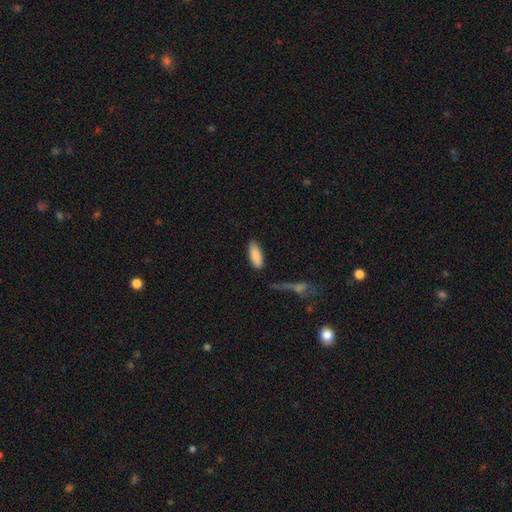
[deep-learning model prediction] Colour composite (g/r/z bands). It shows a smooth galaxy with no disk features (87%) that is in between round and cigar-shaped (79%). Merging: none (81%).